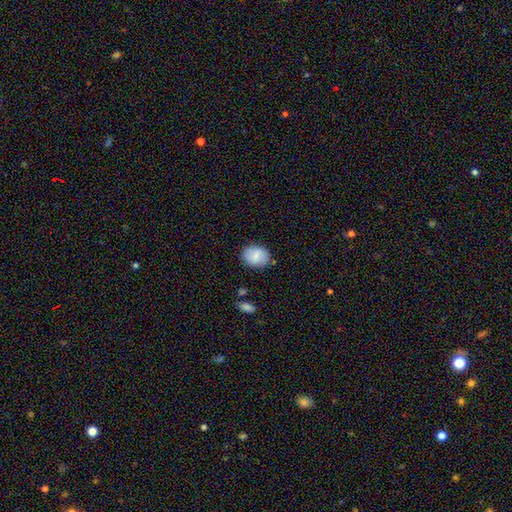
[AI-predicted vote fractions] Overall: smooth (78%). How rounded: in between (56%; round 43%). Merging: none (82%).